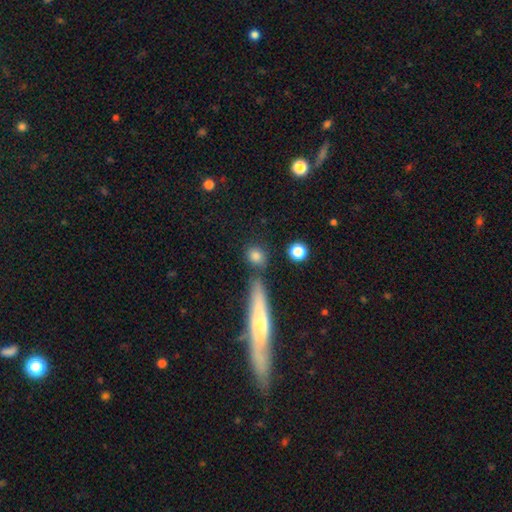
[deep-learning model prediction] Overall: smooth (81%). How rounded: round (65%; in between 27%). Merging: none (73%).